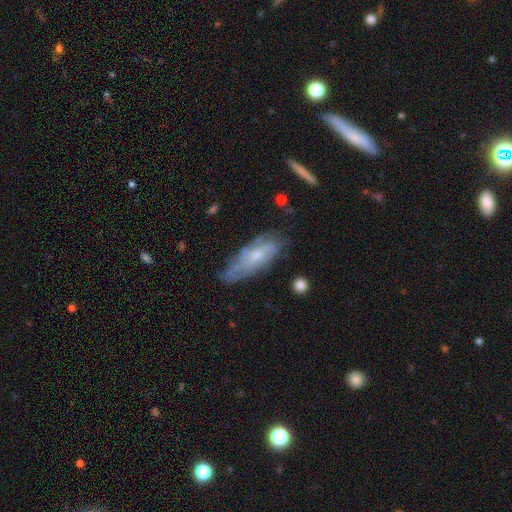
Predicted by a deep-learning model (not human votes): A featured or disk galaxy (55%). Merging: none (53%).